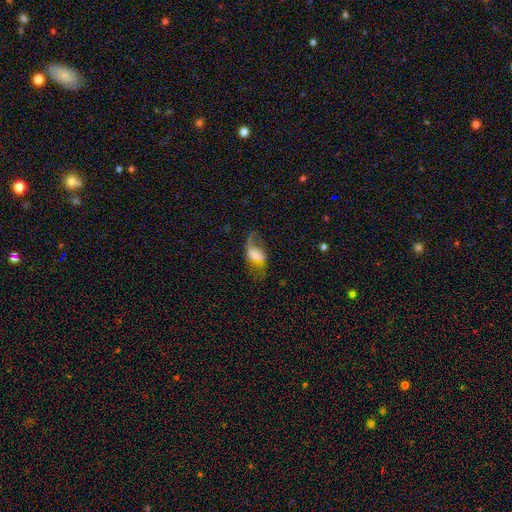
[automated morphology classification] Smooth or featured? Predicted: featured or disk (p=0.53). Edge-on disk? Predicted: no (p=0.93). Merging? Predicted: none (p=0.39).